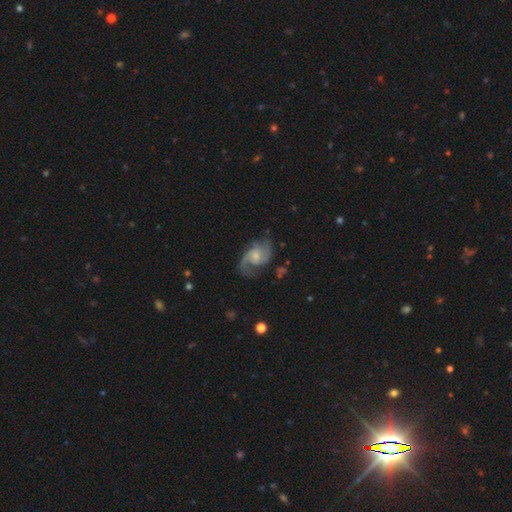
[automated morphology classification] A featured or disk galaxy (86%) with no bar (62%), 2 (83%) medium (52%) spiral arms (97%) and a small central bulge (56%). Merging: none (66%).